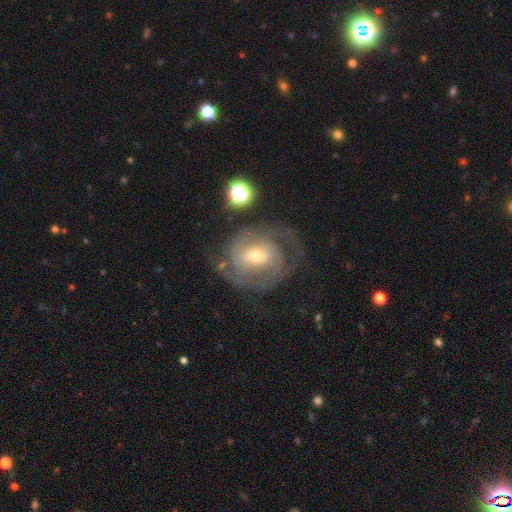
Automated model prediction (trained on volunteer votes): This is clearly a featured or disk galaxy (82%). It is clearly not viewed edge-on (97%). Bar: possibly weak (47%). Spiral arm pattern: clearly yes (91%). Spiral arm count: possibly 2 (52%). Spiral winding: possibly tight (58%). Central bulge: possibly moderate (49%). Merging: likely none (70%).